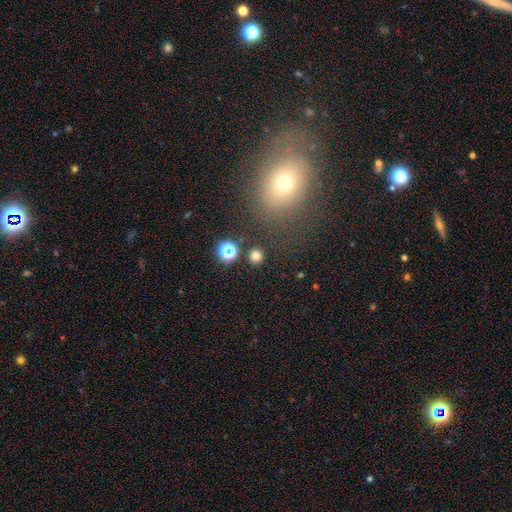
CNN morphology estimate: Smooth or featured? Predicted: smooth (p=0.75). How rounded? Predicted: round (p=0.89). Merging? Predicted: none (p=0.88).